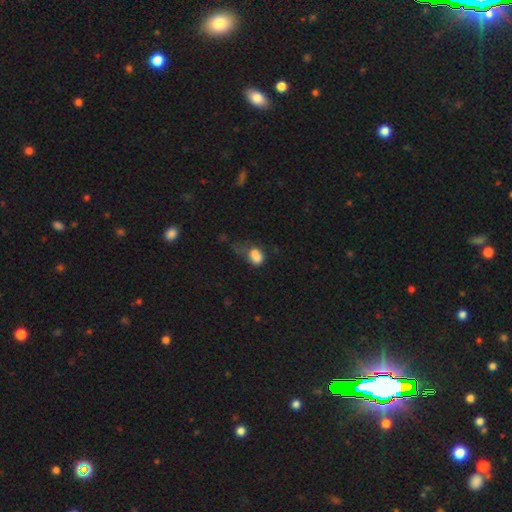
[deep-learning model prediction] Morphology: type=smooth (74%); roundness=in between (64%); merging=merger (34%).